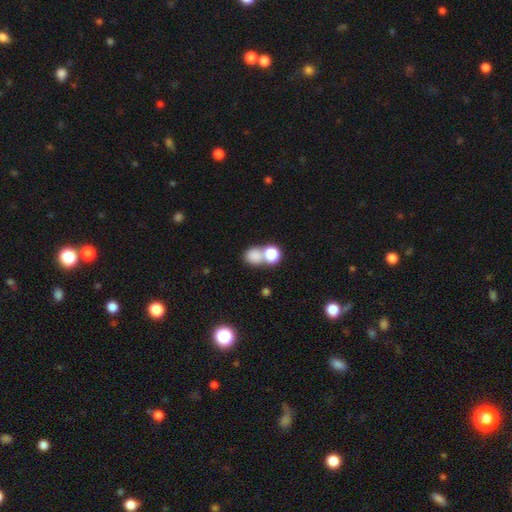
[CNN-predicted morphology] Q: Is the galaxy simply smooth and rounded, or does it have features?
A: smooth — 78%.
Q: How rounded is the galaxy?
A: round — 65%.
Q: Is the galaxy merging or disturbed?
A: merger — 44%.